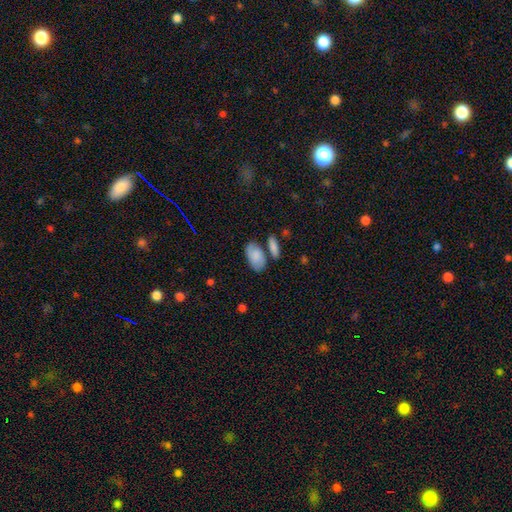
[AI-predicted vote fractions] A smooth galaxy with no disk features (77%) that is in between round and cigar-shaped (92%).

Vote fractions:
- Smooth or featured? smooth: 77% / featured or disk: 16% / star or artifact: 6%
- How rounded? in between: 92% / round: 5% / cigar-shaped: 3%
- Merging? none: 64% / minor disturbance: 16% / merger: 15% / major disturbance: 5%